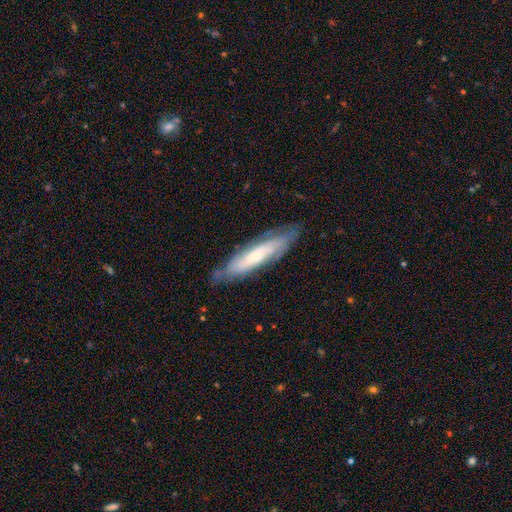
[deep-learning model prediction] Morphology: type=featured or disk (54%); edge-on=no (50%, tied with yes); merging=none (74%).